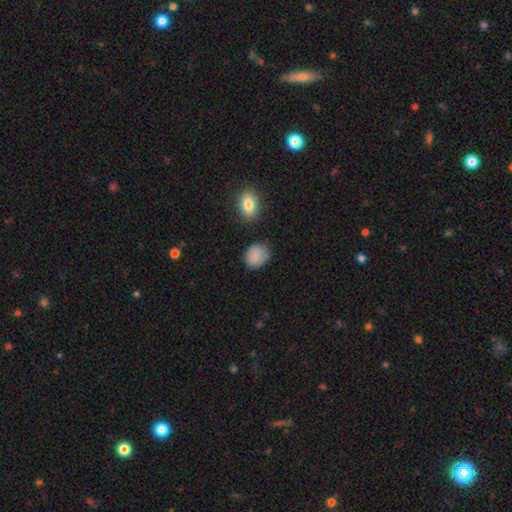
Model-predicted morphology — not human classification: A smooth galaxy with no disk features (86%) that is round (54%).

Vote fractions:
- Smooth or featured? smooth: 86% / star or artifact: 8% / featured or disk: 6%
- How rounded? round: 54% / in between: 45% / cigar-shaped: 1%
- Merging? none: 75% / minor disturbance: 18% / major disturbance: 4% / merger: 3%